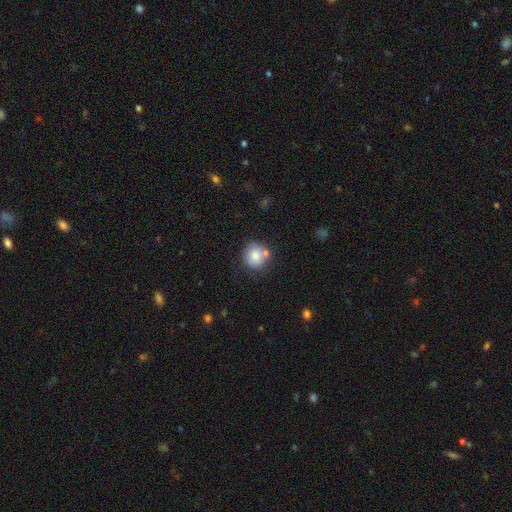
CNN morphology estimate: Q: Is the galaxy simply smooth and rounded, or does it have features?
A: smooth — 77%.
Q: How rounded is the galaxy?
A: round — 85%.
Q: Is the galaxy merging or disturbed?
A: none — 61%.